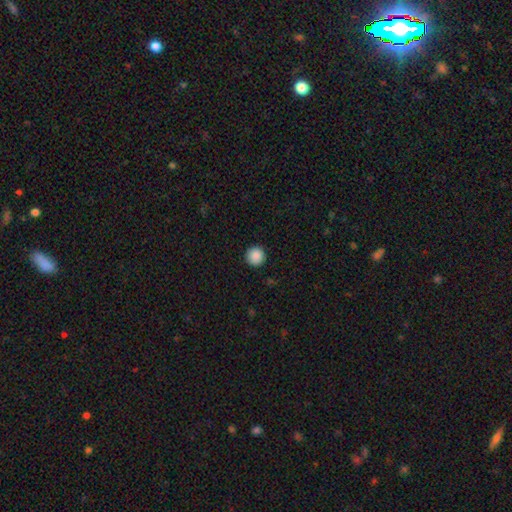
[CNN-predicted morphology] smooth 88%, star or artifact 9%, featured or disk 3%. Down the decision tree: how rounded — round (95%); merging — none (92%).